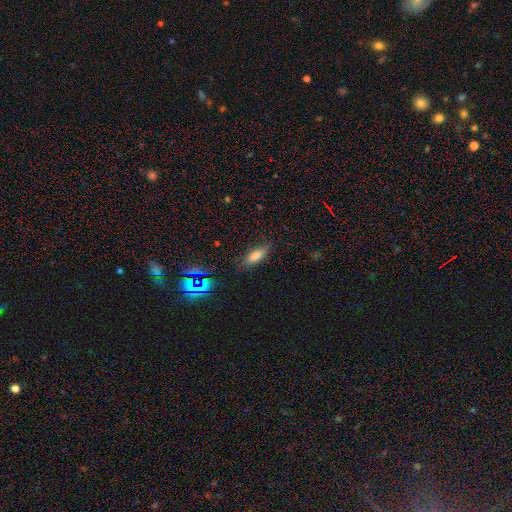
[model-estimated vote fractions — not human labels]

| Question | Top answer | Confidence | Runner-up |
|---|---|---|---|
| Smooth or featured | smooth | 72% | featured or disk (14%) |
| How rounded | in between | 65% | cigar-shaped (31%) |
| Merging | none | 79% | minor disturbance (15%) |